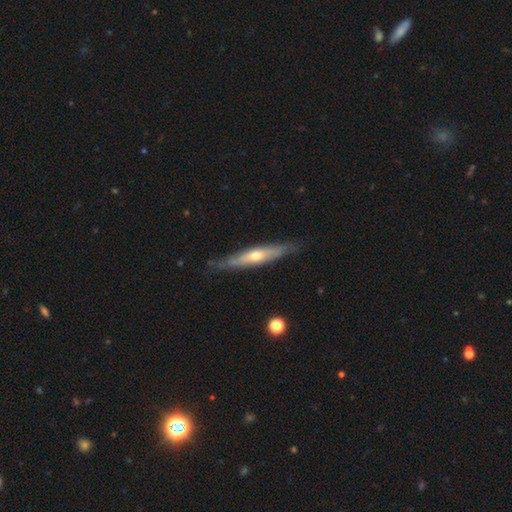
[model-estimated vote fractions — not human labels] Smooth or featured? Predicted: featured or disk (p=0.63). Edge-on disk? Predicted: yes (p=0.87). Edge-on bulge? Predicted: rounded (p=0.79). Merging? Predicted: none (p=0.84).